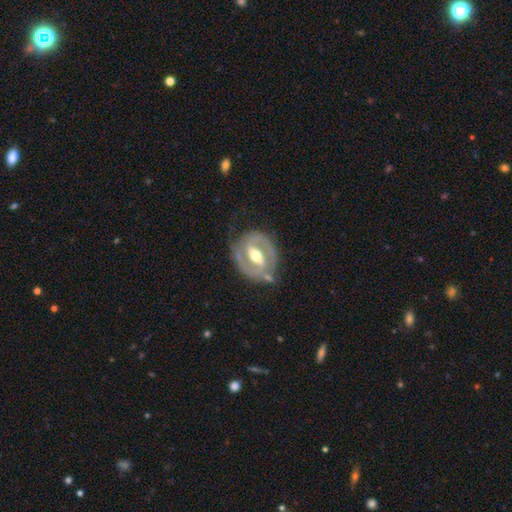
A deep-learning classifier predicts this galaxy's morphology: featured or disk 83%, smooth 13%, star or artifact 4%. Down the decision tree: edge-on disk — no (96%); bar — strong (48%); spiral arms — yes (80%); spiral arm count — 2 (84%); spiral winding — tight (47%); bulge size — moderate (74%); merging — none (70%).